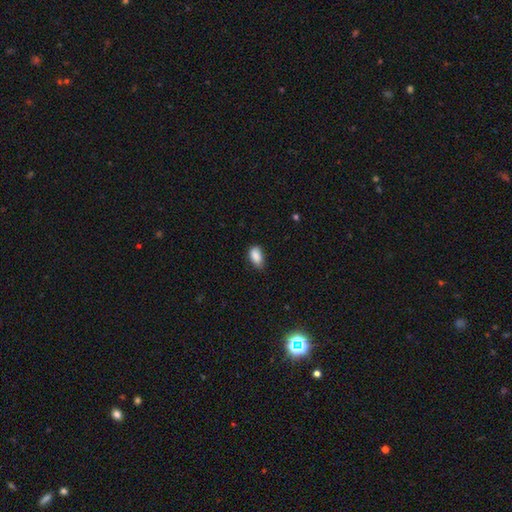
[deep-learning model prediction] smooth-or-featured: smooth: 88% | star or artifact: 8% | featured or disk: 4%
  how-rounded: in between: 91% | round: 5% | cigar-shaped: 4%
  merging: none: 61% | minor disturbance: 33% | major disturbance: 5% | merger: 1%